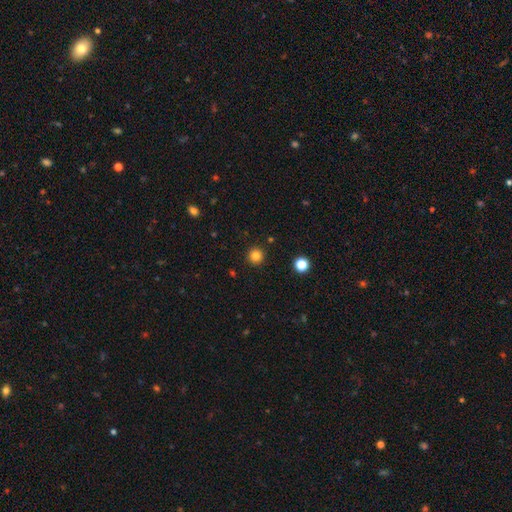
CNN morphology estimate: A smooth galaxy with no disk features (82%) that is round (96%).

Vote fractions:
- Smooth or featured? smooth: 82% / star or artifact: 13% / featured or disk: 5%
- How rounded? round: 96% / in between: 3% / cigar-shaped: 1%
- Merging? none: 92% / minor disturbance: 5% / major disturbance: 2% / merger: 1%